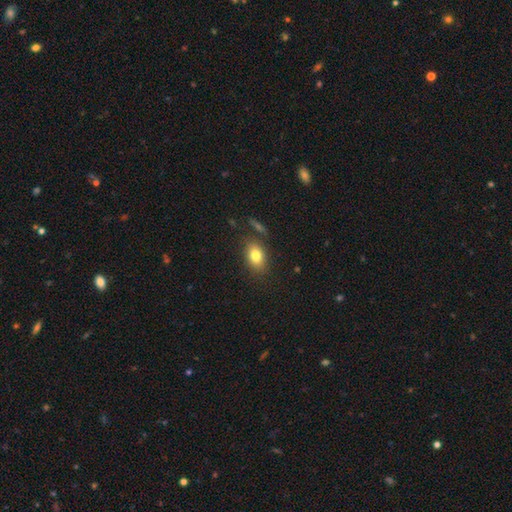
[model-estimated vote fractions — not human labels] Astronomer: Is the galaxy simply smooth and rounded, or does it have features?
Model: smooth — 81%.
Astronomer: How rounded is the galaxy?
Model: in between — 80%.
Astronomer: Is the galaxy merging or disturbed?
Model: none — 78%.